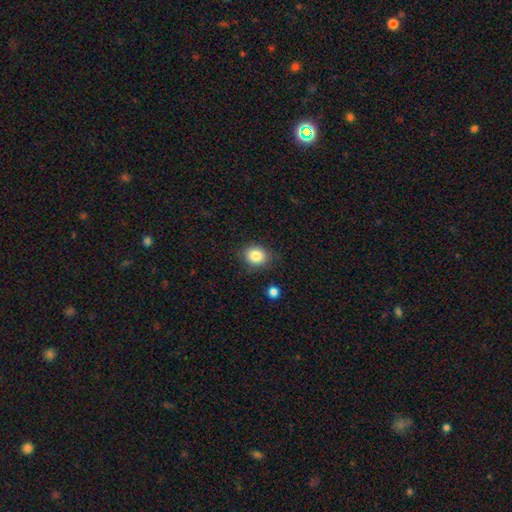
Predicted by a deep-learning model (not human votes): This is clearly a smooth galaxy (84%). How rounded: likely round (70%). Merging: clearly none (82%).